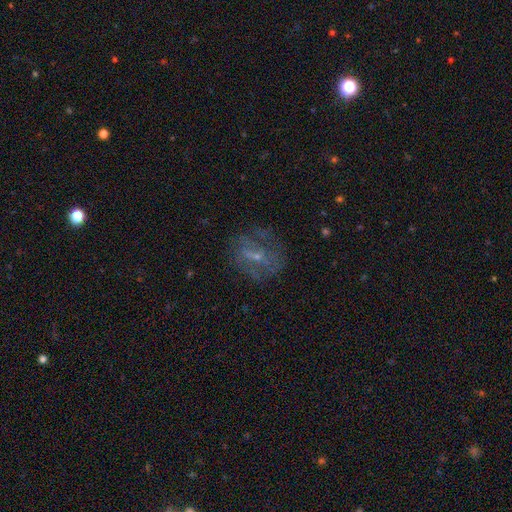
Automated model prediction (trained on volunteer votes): Overall: featured or disk (59%; smooth 27%). Edge-on disk: no (95%). Bar: weak (43%; no 42%). Spiral arms: yes (52%; no 48%). Bulge size: small (63%). Merging: none (60%).